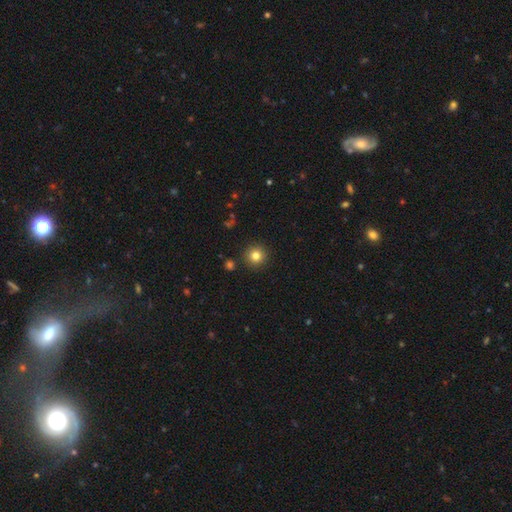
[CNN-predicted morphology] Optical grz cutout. It shows a smooth galaxy with no disk features (81%) that is round (95%). Merging: none (90%).